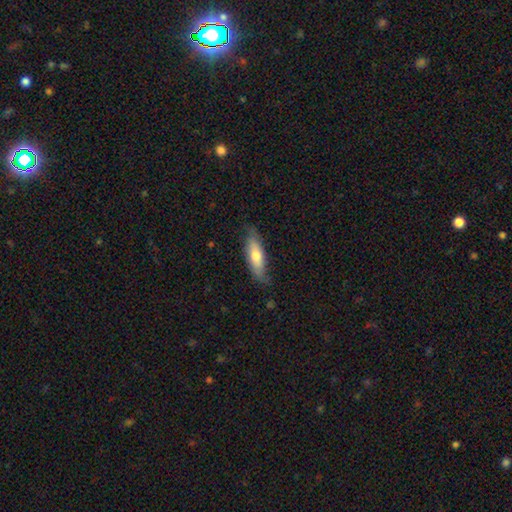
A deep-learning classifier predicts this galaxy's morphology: The model was most divided on "how rounded" (2-way tie): in between: 49%, cigar-shaped: 49%, round: 2%. More confident: merging — none (72%); smooth or featured — smooth (62%).